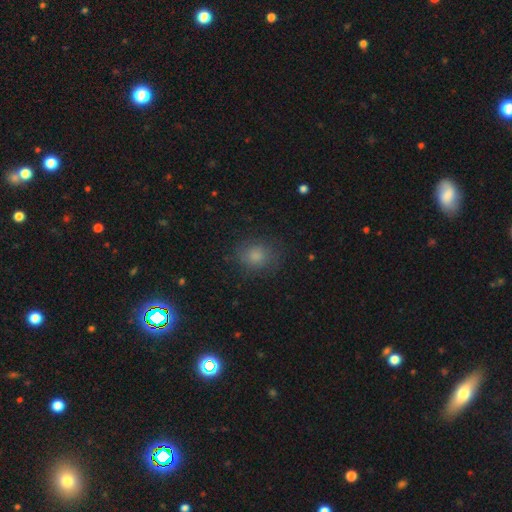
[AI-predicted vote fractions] smooth 81%, star or artifact 12%, featured or disk 8%. Down the decision tree: how rounded — round (67%); merging — none (78%).